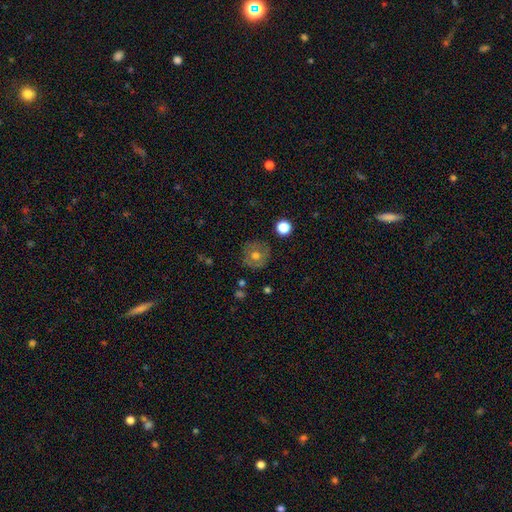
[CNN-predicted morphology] Smooth or featured: smooth — 63% (featured or disk — 27%)
How rounded: round — 92% (in between — 7%)
Merging: none — 83% (minor disturbance — 12%)